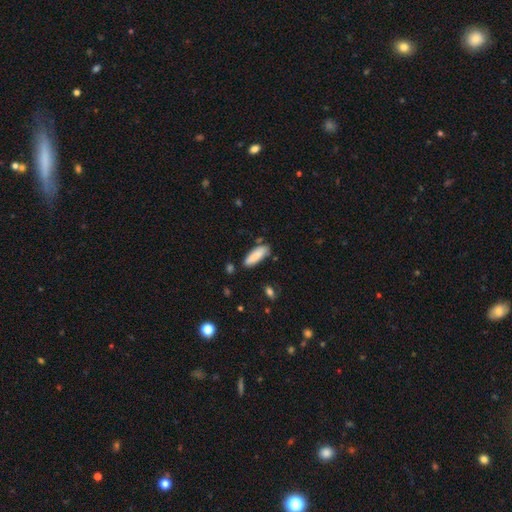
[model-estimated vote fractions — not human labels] This appears to be a smooth galaxy with no disk features (87%) that is cigar-shaped (53%). Merging: none (80%).